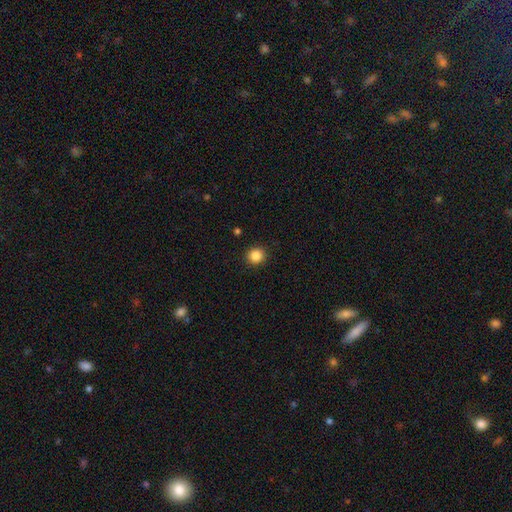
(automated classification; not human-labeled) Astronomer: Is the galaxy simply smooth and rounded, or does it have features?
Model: smooth — 86%.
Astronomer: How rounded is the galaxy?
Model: round — 91%.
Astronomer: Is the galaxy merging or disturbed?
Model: none — 92%.